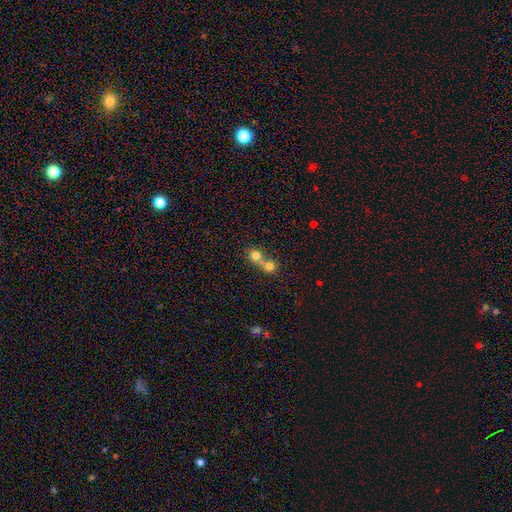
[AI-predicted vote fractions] This is likely a smooth galaxy (75%). How rounded: clearly round (83%). Merging: likely merger (65%).